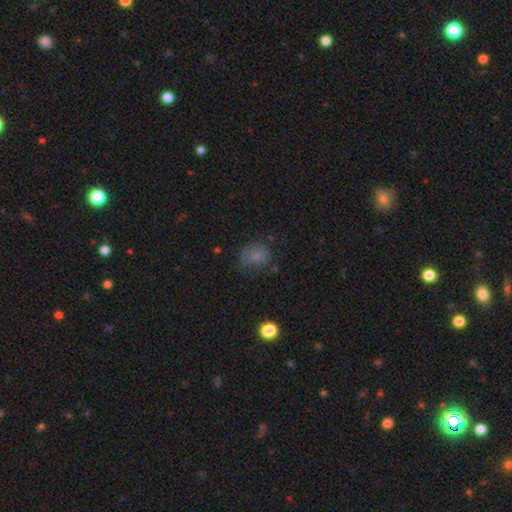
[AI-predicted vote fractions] smooth 74%, star or artifact 15%, featured or disk 11%. Down the decision tree: how rounded — in between (50%); merging — none (60%).